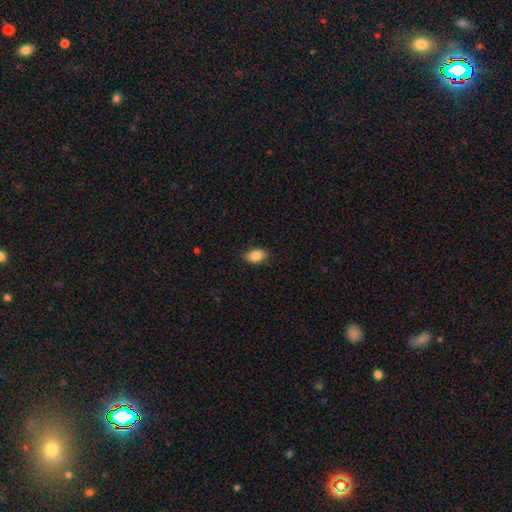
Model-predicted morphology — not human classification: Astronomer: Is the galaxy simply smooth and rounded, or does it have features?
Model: smooth — 86%.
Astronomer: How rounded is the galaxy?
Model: in between — 86%.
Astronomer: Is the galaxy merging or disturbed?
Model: none — 87%.